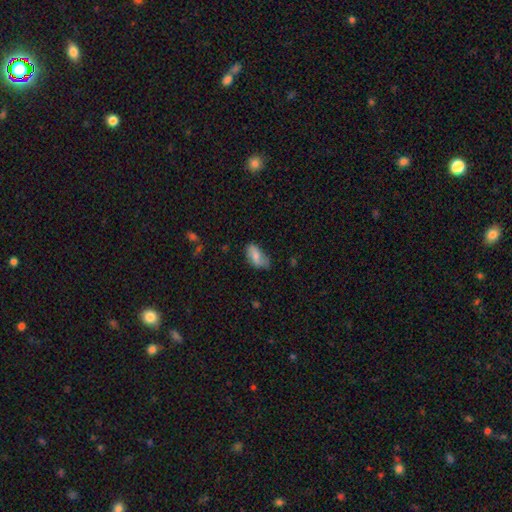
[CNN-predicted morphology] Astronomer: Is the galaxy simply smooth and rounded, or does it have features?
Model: smooth — 70%.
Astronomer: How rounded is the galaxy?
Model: in between — 91%.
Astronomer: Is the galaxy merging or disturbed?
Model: none — 59%.